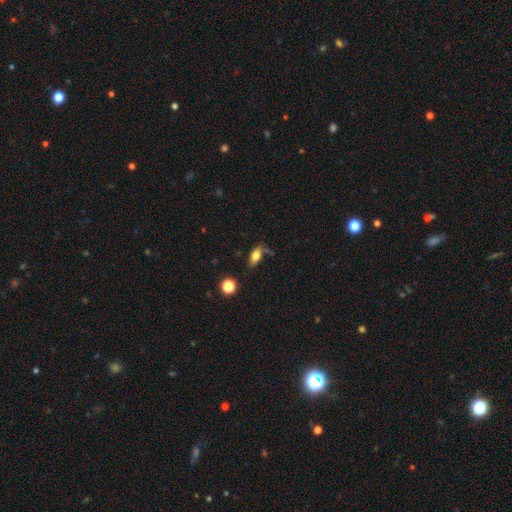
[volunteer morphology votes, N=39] smooth-or-featured: smooth: 74% | featured or disk: 21% | star or artifact: 5%
  how-rounded: in between: 79% | cigar-shaped: 14% | round: 7%
  merging: none: 65% | minor disturbance: 30% | merger: 5% | major disturbance: 0%